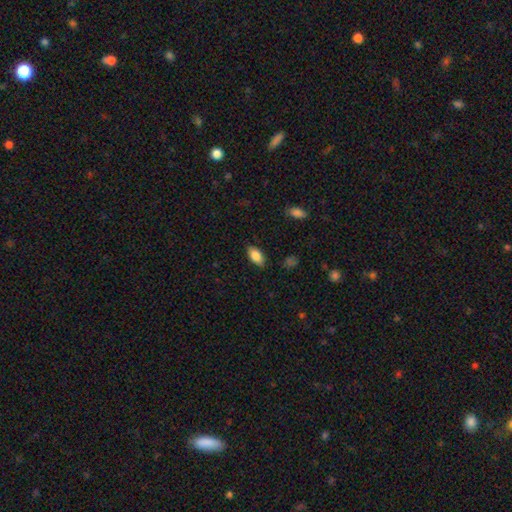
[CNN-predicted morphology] Smooth or featured? Predicted: smooth (p=0.85). How rounded? Predicted: in between (p=0.92). Merging? Predicted: none (p=0.86).